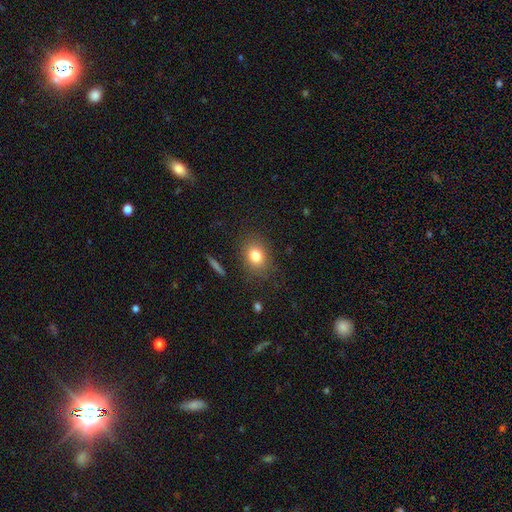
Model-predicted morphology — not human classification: Smooth or featured: smooth — 80% (star or artifact — 11%)
How rounded: in between — 50% (round — 48%)
Merging: none — 83% (minor disturbance — 11%)